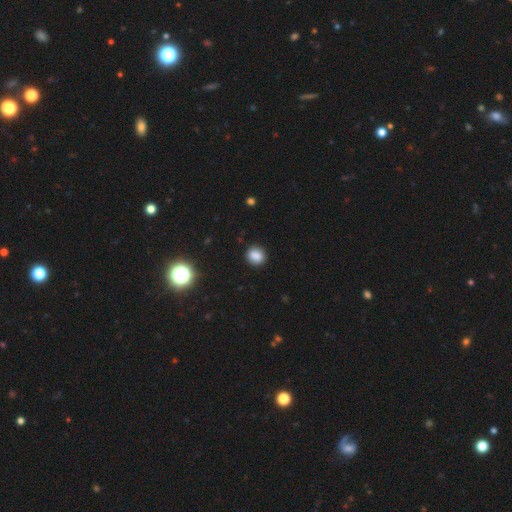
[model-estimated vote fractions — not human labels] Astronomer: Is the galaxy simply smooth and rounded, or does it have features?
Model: smooth — 84%.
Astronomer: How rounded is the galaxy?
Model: round — 77%.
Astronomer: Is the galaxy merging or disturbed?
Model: none — 89%.